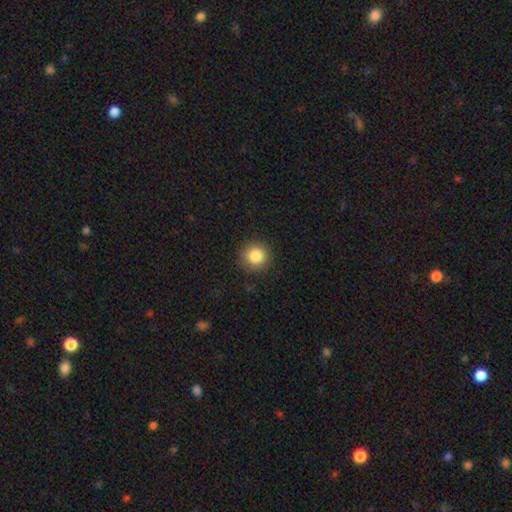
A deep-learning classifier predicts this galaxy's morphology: Overall: smooth (85%). How rounded: round (94%). Merging: none (90%).